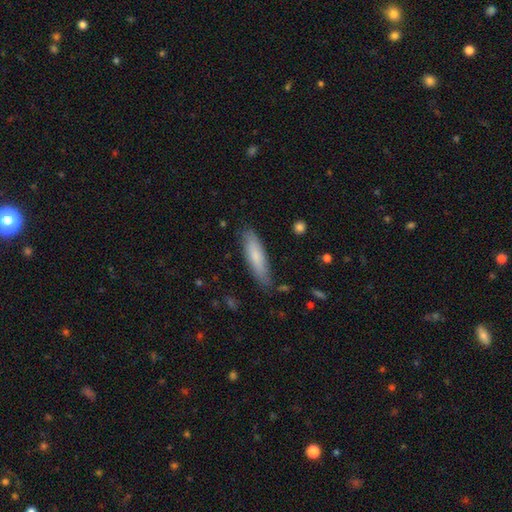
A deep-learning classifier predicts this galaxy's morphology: This appears to be a smooth galaxy with no disk features (76%) that is cigar-shaped (70%). Merging: none (81%).